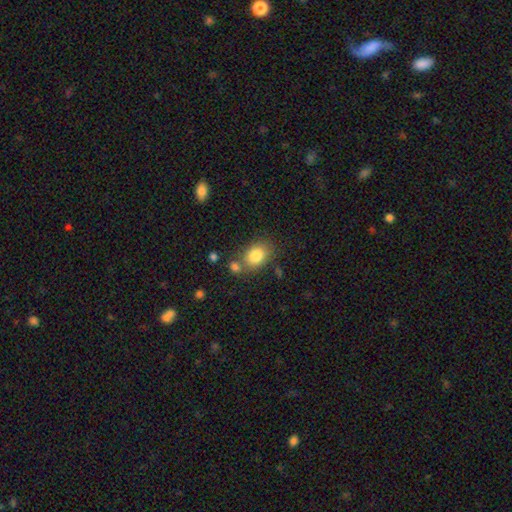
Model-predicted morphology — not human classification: Q: Smooth or featured?
A: smooth (82%); runner-up: featured or disk (9%)
Q: How rounded?
A: in between (71%); runner-up: round (27%)
Q: Merging?
A: none (64%); runner-up: merger (17%)